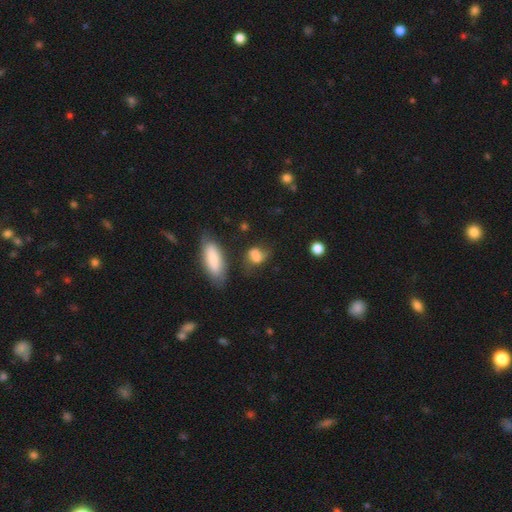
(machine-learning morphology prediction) smooth_or_featured: smooth (p=0.68) [alt: featured or disk p=0.20]
how_rounded: in between (p=0.67) [alt: round p=0.28]
merging: none (p=0.39) [alt: minor disturbance p=0.27]